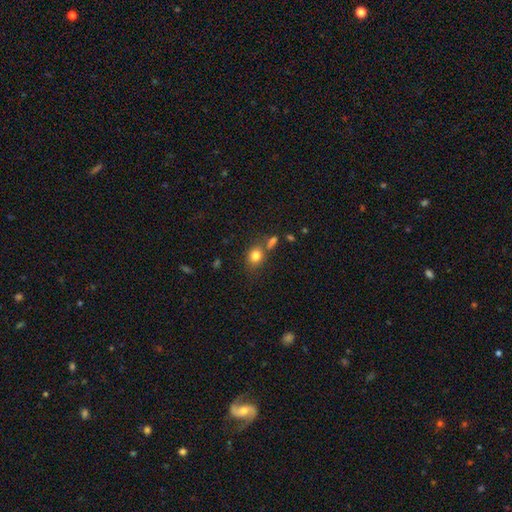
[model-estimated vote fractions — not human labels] A smooth galaxy with no disk features (81%) that is round (64%). Merging: none (65%).